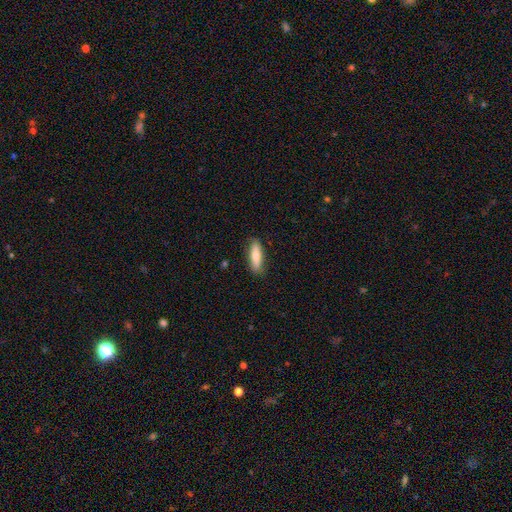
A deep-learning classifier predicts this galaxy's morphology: Smooth or featured? smooth (68%)
How rounded? in between (50%)
Merging? none (84%)